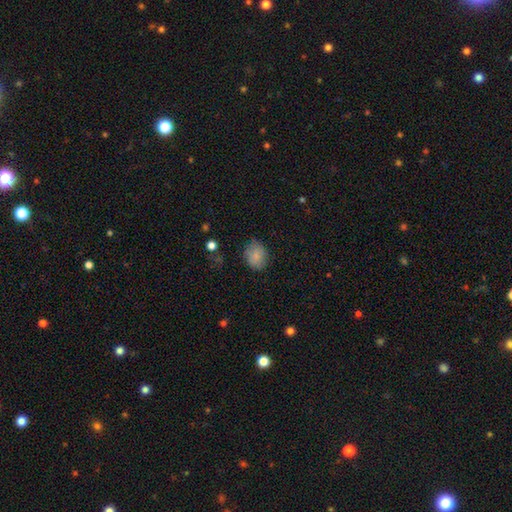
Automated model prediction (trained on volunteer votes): Overall: smooth (83%). How rounded: round (52%; in between 47%). Merging: none (78%).